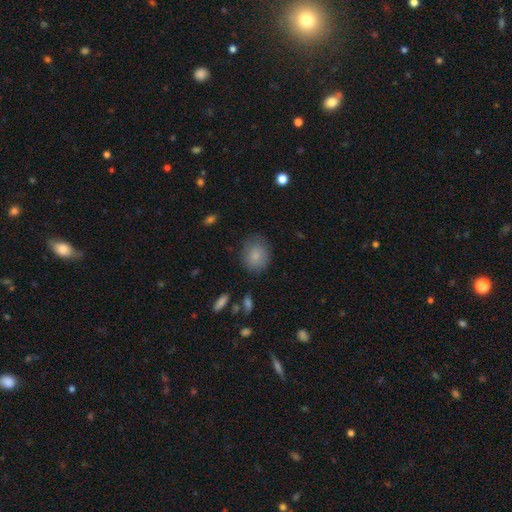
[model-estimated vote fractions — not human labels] Smooth or featured? Predicted: smooth (p=0.83). How rounded? Predicted: round (p=0.66). Merging? Predicted: none (p=0.77).